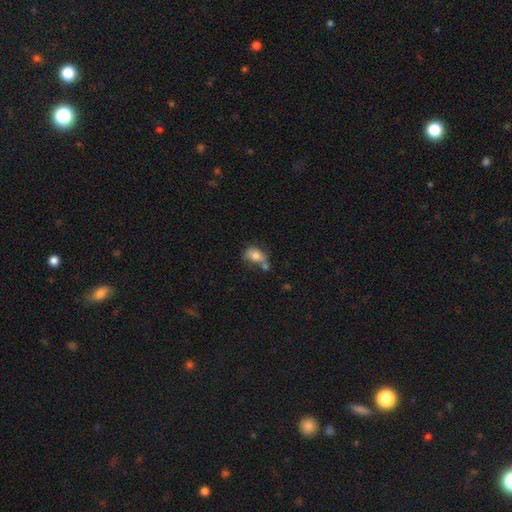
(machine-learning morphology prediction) Smooth or featured: smooth — 72% (featured or disk — 18%)
How rounded: in between — 69% (round — 29%)
Merging: none — 34% (merger — 33%)